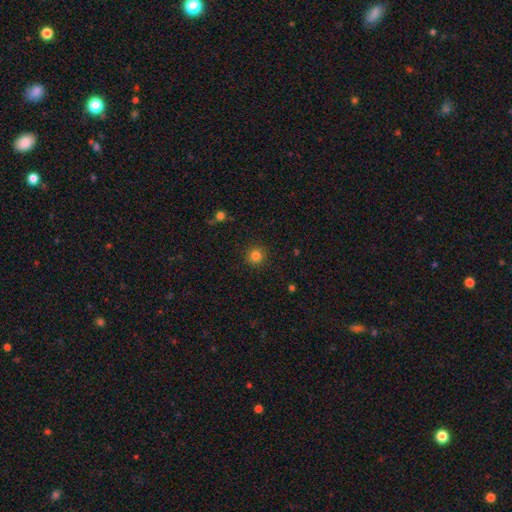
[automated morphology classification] smooth 83%, star or artifact 13%, featured or disk 5%. Down the decision tree: how rounded — round (93%); merging — none (91%).